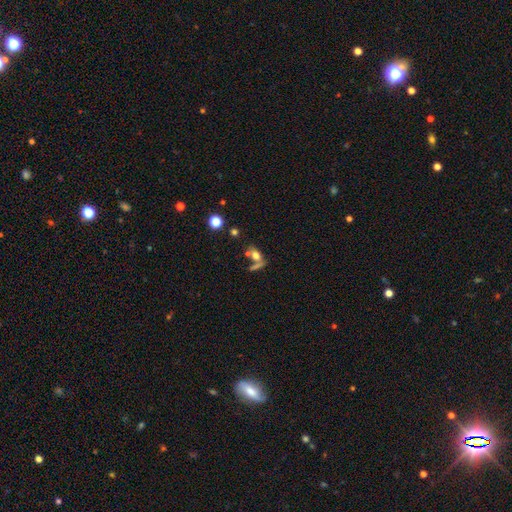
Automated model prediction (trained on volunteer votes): Q: Smooth or featured?
A: smooth (62%); runner-up: featured or disk (24%)
Q: How rounded?
A: in between (62%); runner-up: round (23%)
Q: Merging?
A: none (39%); runner-up: merger (38%)